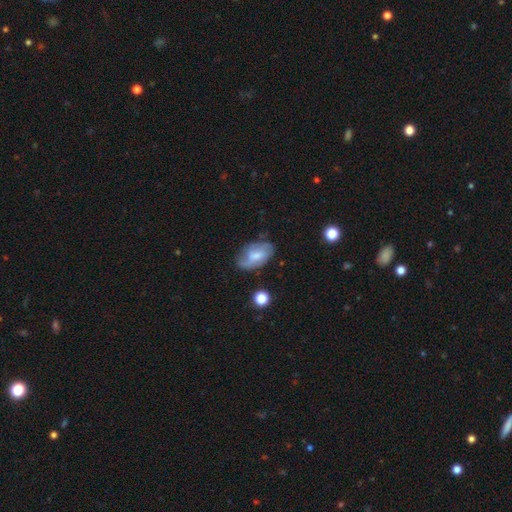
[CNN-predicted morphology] smooth-or-featured: featured or disk: 51% | smooth: 41% | star or artifact: 8%
  disk-edge-on: no: 94% | yes: 6%
  merging: none: 59% | minor disturbance: 28% | major disturbance: 11% | merger: 3%